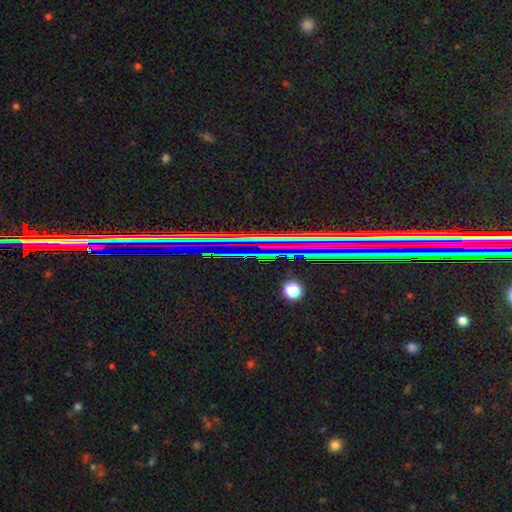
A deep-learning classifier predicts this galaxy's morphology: smooth_or_featured: star or artifact (p=0.84) [alt: featured or disk p=0.09]